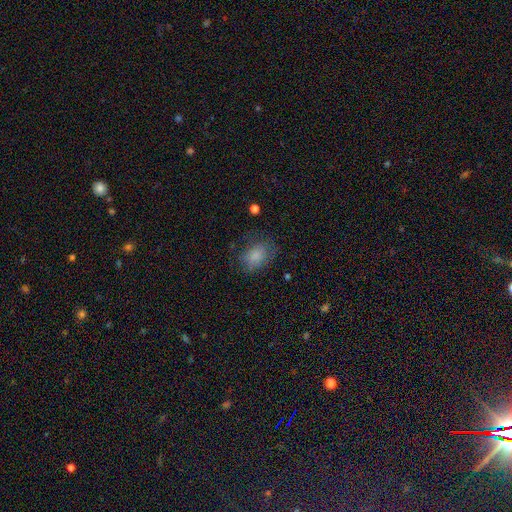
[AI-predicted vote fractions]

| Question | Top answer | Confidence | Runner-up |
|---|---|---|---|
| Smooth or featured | smooth | 81% | star or artifact (10%) |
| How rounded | in between | 74% | round (25%) |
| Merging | none | 67% | minor disturbance (22%) |